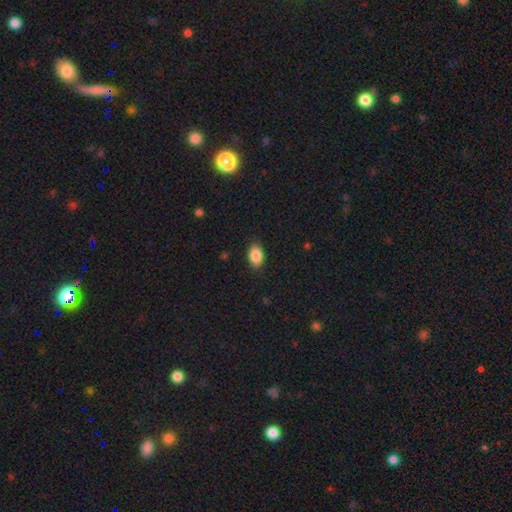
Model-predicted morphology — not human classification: Smooth or featured?
  - smooth: 87% *
  - star or artifact: 8%
  - featured or disk: 6%
How rounded?
  - in between: 88% *
  - round: 10%
  - cigar-shaped: 2%
Merging?
  - none: 85% *
  - minor disturbance: 11%
  - major disturbance: 2%
  - merger: 1%